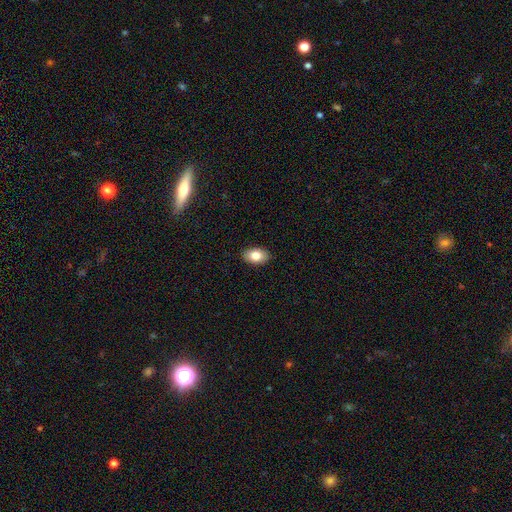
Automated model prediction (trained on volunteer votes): Smooth or featured: smooth — 81% (featured or disk — 11%)
How rounded: in between — 89% (round — 10%)
Merging: none — 90% (minor disturbance — 8%)